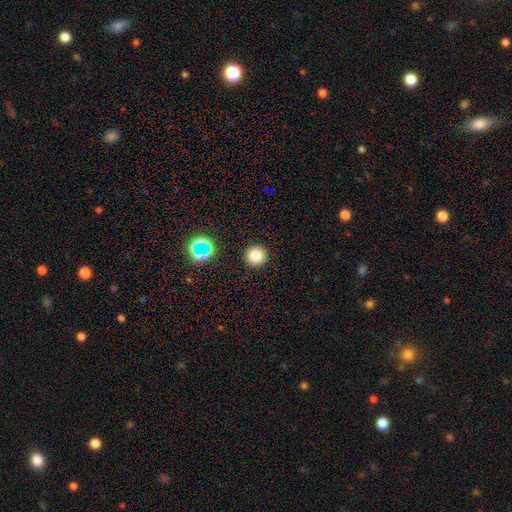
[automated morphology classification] The model was most divided on "smooth or featured": smooth: 77%, star or artifact: 16%, featured or disk: 7%. More confident: how rounded — round (95%); merging — none (91%).